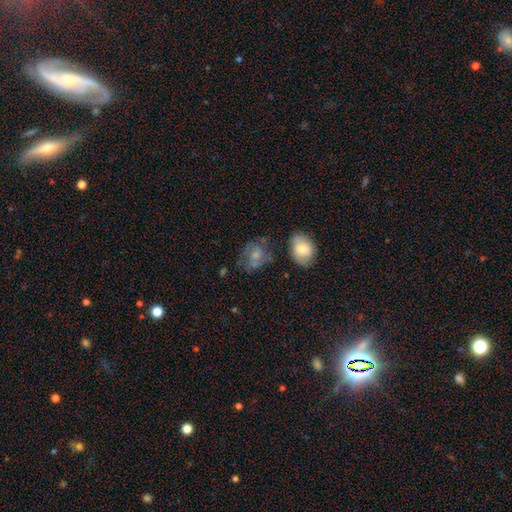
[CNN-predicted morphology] The model was most divided on "smooth or featured" (2-way tie): featured or disk: 45%, smooth: 45%, star or artifact: 10%. Remaining: merging — none (48%).